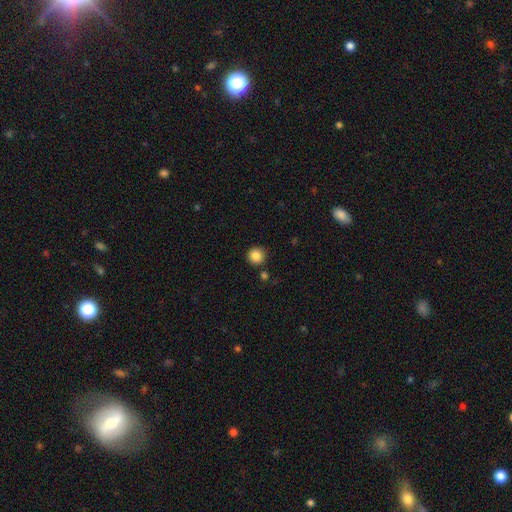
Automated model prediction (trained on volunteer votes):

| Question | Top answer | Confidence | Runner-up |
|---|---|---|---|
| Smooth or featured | smooth | 86% | star or artifact (10%) |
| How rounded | round | 94% | in between (5%) |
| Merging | none | 88% | minor disturbance (7%) |